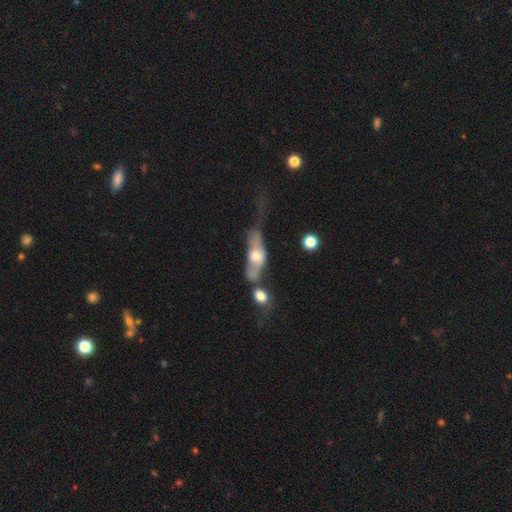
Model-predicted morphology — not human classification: This appears to be a featured or disk galaxy (51%). Merging: merger (40%).